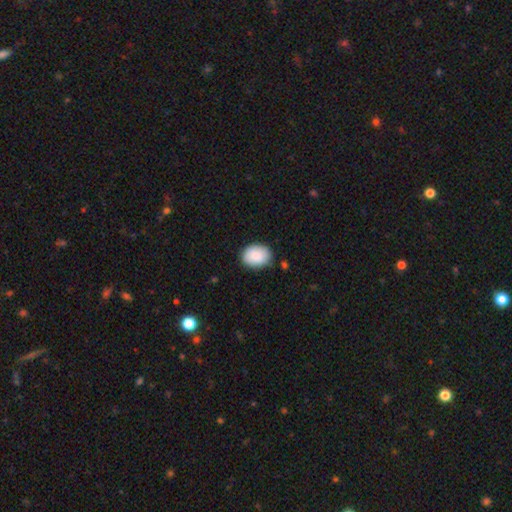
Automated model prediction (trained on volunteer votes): Smooth or featured: smooth — 89% (star or artifact — 6%)
How rounded: in between — 72% (round — 27%)
Merging: none — 82% (minor disturbance — 14%)